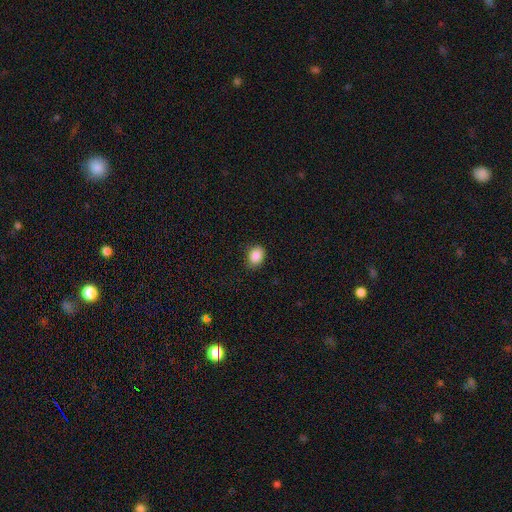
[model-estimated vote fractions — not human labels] This is clearly a smooth galaxy (88%). How rounded: likely in between (63%). Merging: likely none (80%).